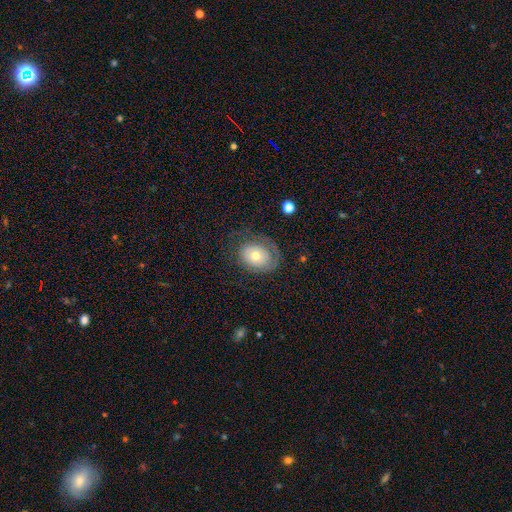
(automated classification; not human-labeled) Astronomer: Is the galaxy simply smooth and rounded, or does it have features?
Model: smooth — 50% (runner-up: featured or disk, 42%).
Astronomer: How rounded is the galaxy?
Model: in between — 57% (runner-up: round, 42%).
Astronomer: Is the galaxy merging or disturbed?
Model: none — 57%.